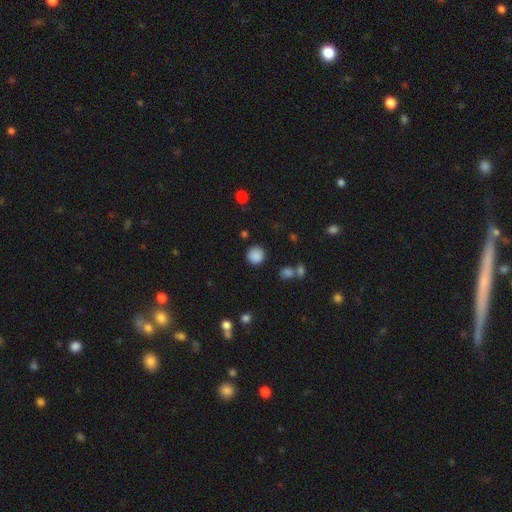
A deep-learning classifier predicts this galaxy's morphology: Smooth or featured: smooth — 86% (star or artifact — 10%)
How rounded: round — 93% (in between — 6%)
Merging: none — 87% (minor disturbance — 7%)